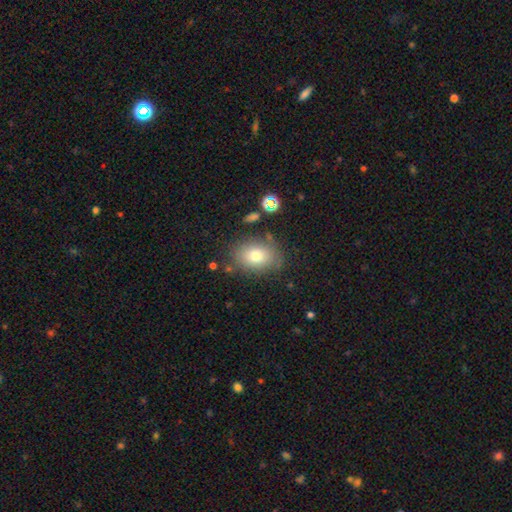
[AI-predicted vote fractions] This is likely a smooth galaxy (77%). How rounded: likely in between (71%). Merging: likely none (78%).